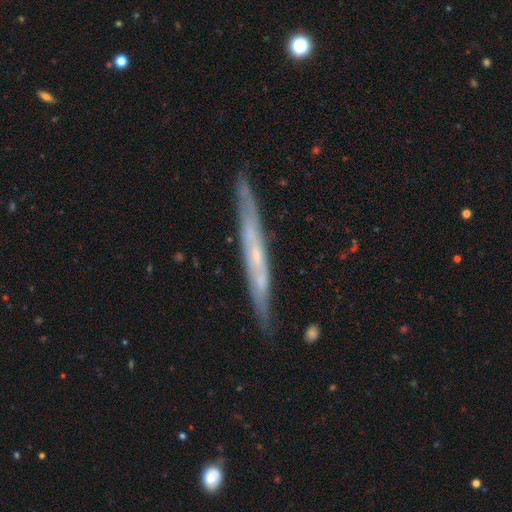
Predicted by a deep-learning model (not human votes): Morphology: type=featured or disk (69%); edge-on=yes (89%); edge-on bulge=none (72%); merging=none (84%).